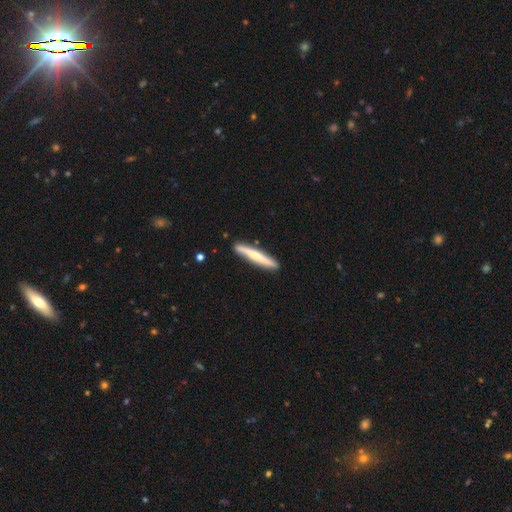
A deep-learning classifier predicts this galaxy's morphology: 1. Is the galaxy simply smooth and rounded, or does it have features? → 55% smooth, 40% featured or disk, 5% star or artifact.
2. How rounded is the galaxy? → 96% cigar-shaped, 3% in between, 1% round.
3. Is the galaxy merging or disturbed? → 87% none, 9% minor disturbance, 2% merger, 2% major disturbance.